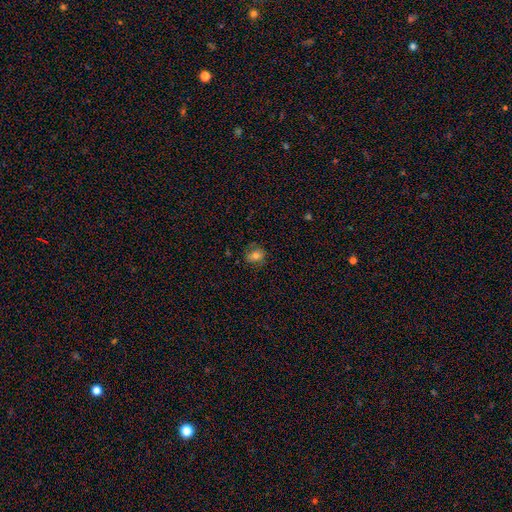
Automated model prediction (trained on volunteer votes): Smooth or featured: smooth — 72% (featured or disk — 16%)
How rounded: round — 56% (in between — 42%)
Merging: none — 75% (minor disturbance — 18%)